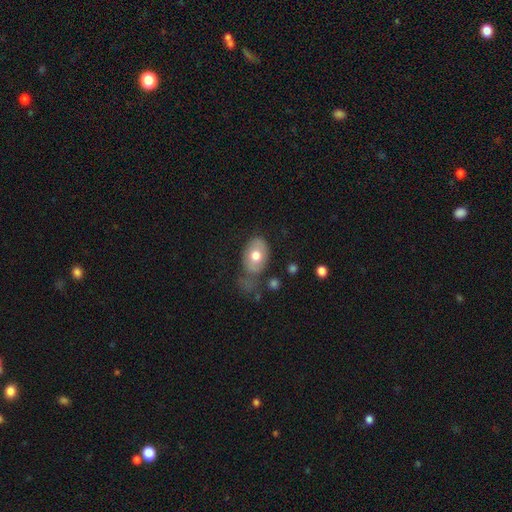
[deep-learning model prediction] smooth_or_featured: smooth (p=0.66) [alt: featured or disk p=0.27]
how_rounded: in between (p=0.81) [alt: round p=0.18]
merging: none (p=0.54) [alt: minor disturbance p=0.25]